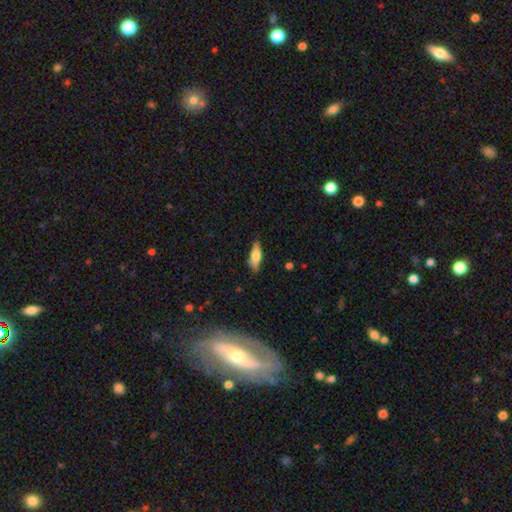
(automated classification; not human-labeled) Smooth or featured? Predicted: smooth (p=0.65). How rounded? Predicted: in between (p=0.62). Merging? Predicted: none (p=0.75).